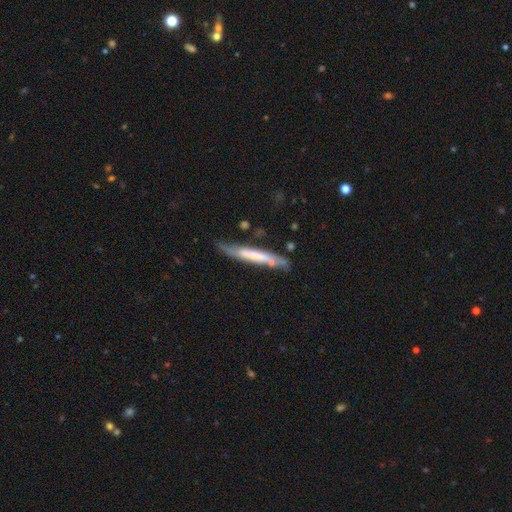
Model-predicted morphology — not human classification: Overall: featured or disk (53%; smooth 41%). Edge-on disk: yes (77%). Merging: none (64%; minor disturbance 24%).